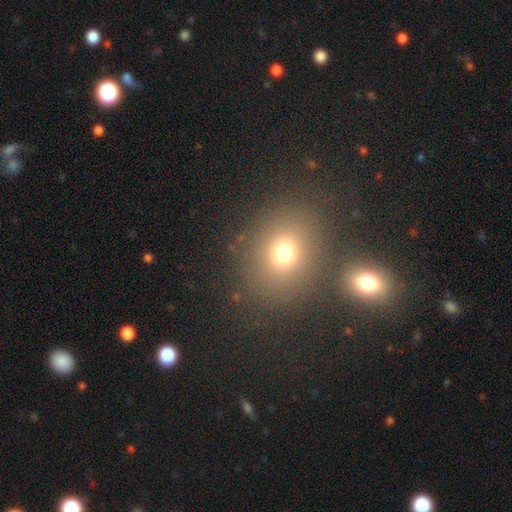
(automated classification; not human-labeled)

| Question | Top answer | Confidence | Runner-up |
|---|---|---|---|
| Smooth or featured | smooth | 62% | star or artifact (28%) |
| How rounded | round | 63% | in between (36%) |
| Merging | none | 77% | merger (11%) |